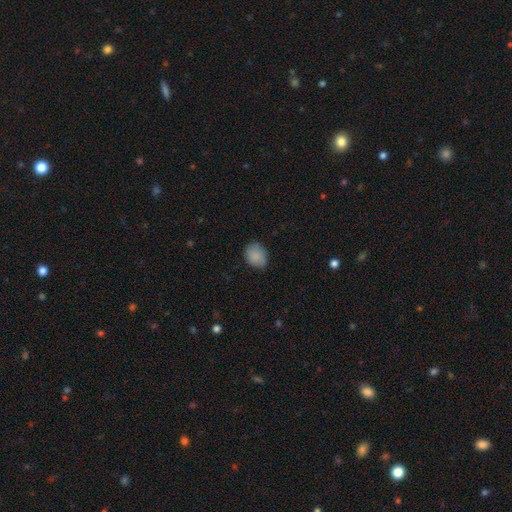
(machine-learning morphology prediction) Smooth or featured: smooth — 87% (star or artifact — 8%)
How rounded: round — 53% (in between — 46%)
Merging: none — 77% (minor disturbance — 18%)